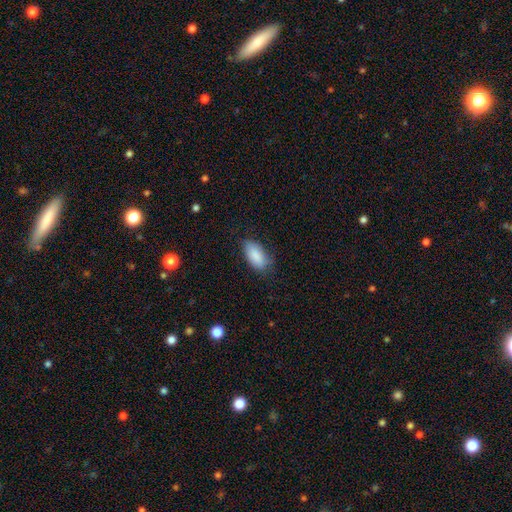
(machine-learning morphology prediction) Smooth or featured?
  - smooth: 87% *
  - featured or disk: 7%
  - star or artifact: 6%
How rounded?
  - in between: 93% *
  - cigar-shaped: 4%
  - round: 3%
Merging?
  - none: 74% *
  - minor disturbance: 21%
  - major disturbance: 5%
  - merger: 1%